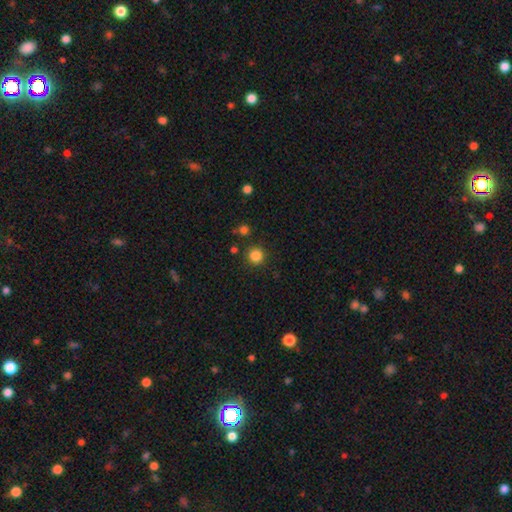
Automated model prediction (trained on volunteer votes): smooth 84%, star or artifact 12%, featured or disk 4%. Down the decision tree: how rounded — round (95%); merging — none (88%).